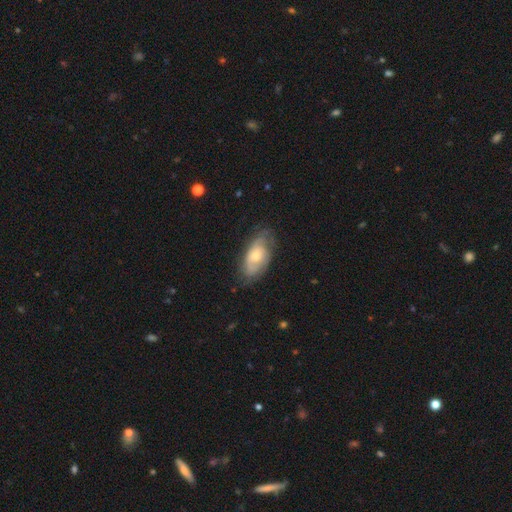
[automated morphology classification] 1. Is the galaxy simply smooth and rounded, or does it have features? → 54% featured or disk, 40% smooth, 6% star or artifact.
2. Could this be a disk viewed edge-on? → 90% no, 10% yes.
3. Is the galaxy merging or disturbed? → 63% none, 27% minor disturbance, 9% major disturbance, 1% merger.